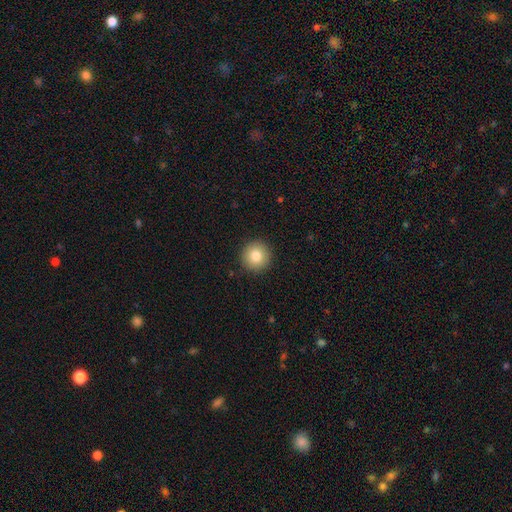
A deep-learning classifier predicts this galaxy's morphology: Smooth or featured? Predicted: smooth (p=0.81). How rounded? Predicted: round (p=0.95). Merging? Predicted: none (p=0.92).